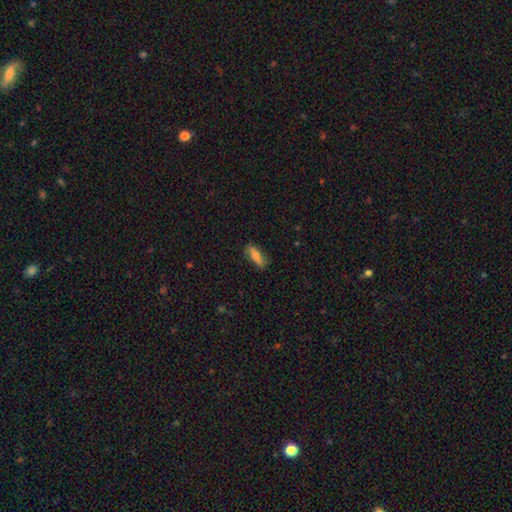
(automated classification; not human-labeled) smooth-or-featured: smooth: 53% | featured or disk: 39% | star or artifact: 8%
  how-rounded: in between: 62% | cigar-shaped: 34% | round: 4%
  merging: none: 76% | minor disturbance: 18% | major disturbance: 5% | merger: 1%